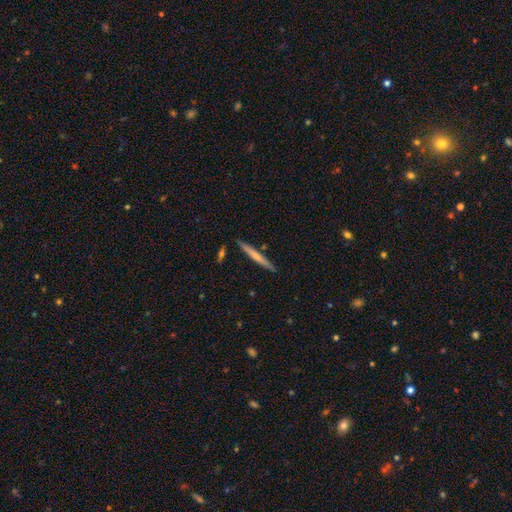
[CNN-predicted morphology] Smooth or featured? Predicted: smooth (p=0.58). How rounded? Predicted: cigar-shaped (p=0.96). Merging? Predicted: none (p=0.87).